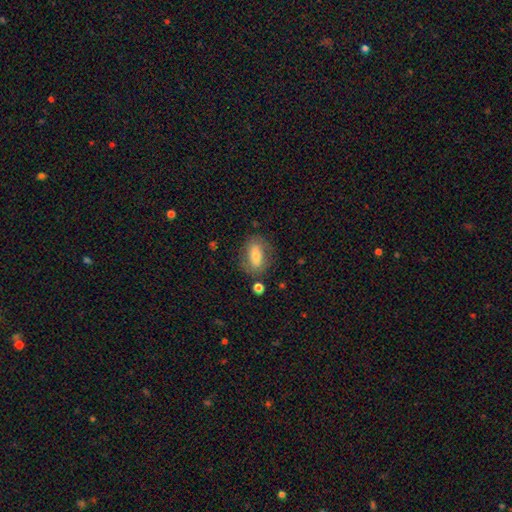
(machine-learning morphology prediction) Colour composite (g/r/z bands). It shows a smooth galaxy with no disk features (64%) that is in between round and cigar-shaped (80%). Merging: none (74%).